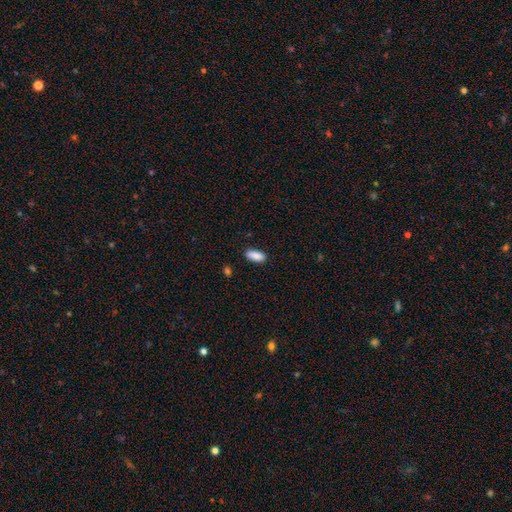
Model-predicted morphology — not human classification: Smooth or featured? smooth (89%)
How rounded? in between (84%)
Merging? none (87%)